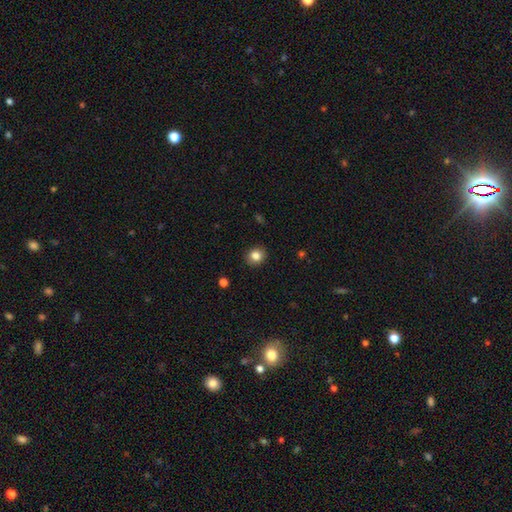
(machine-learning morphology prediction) This is clearly a smooth galaxy (83%). How rounded: clearly round (80%). Merging: clearly none (90%).